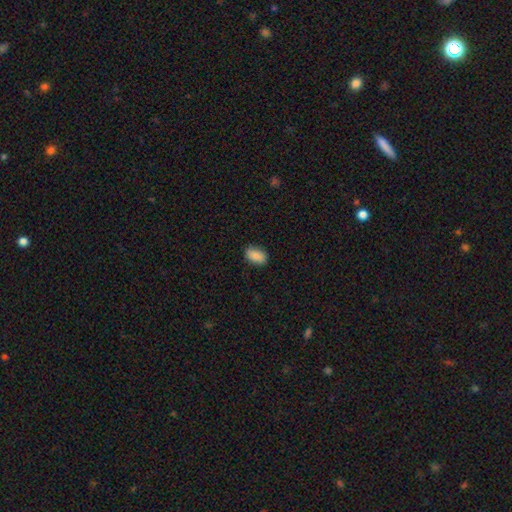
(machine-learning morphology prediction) smooth 87%, star or artifact 7%, featured or disk 5%. Down the decision tree: how rounded — in between (91%); merging — none (86%).